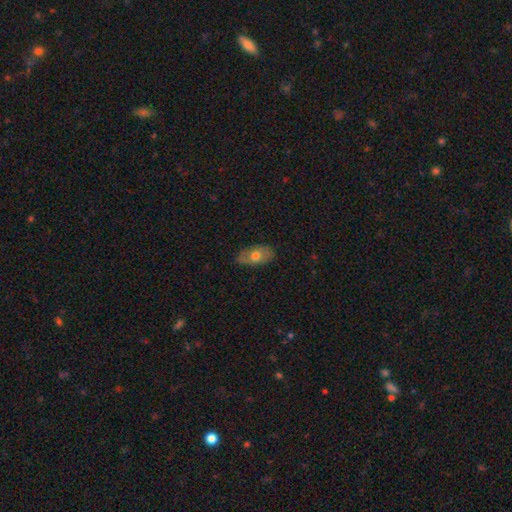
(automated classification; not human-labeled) Morphology: type=smooth (60%); roundness=in between (90%); merging=none (81%).